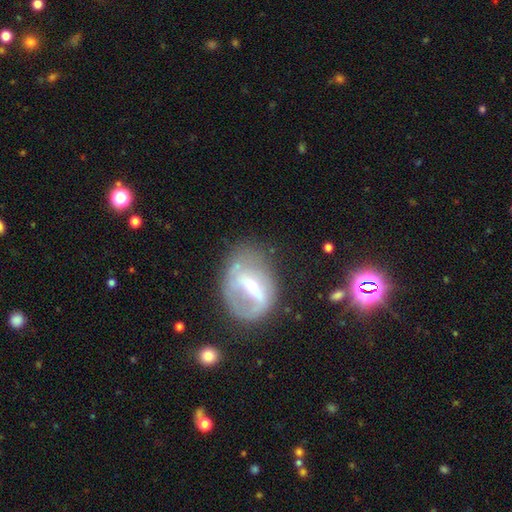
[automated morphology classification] featured or disk 64%, smooth 24%, star or artifact 12%. Down the decision tree: edge-on disk — no (89%); bar — strong (57%); spiral arms — no (54%); bulge size — moderate (42%); merging — none (56%).